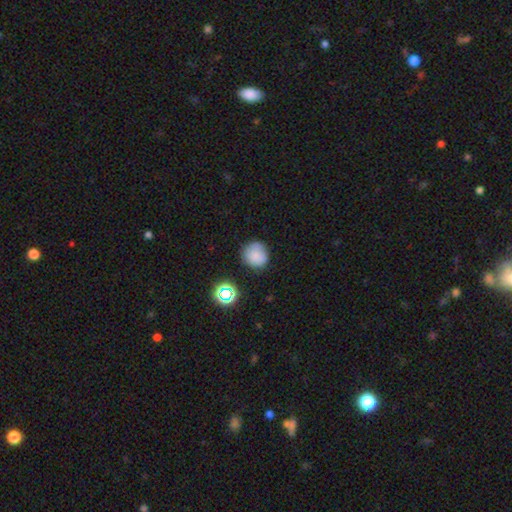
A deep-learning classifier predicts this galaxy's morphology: smooth 78%, star or artifact 13%, featured or disk 9%. Down the decision tree: how rounded — round (90%); merging — none (75%).